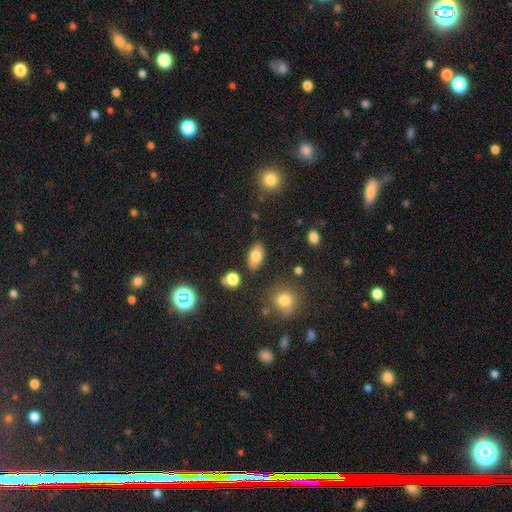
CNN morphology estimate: This is likely a smooth galaxy (77%). How rounded: clearly in between (90%). Merging: clearly none (83%).